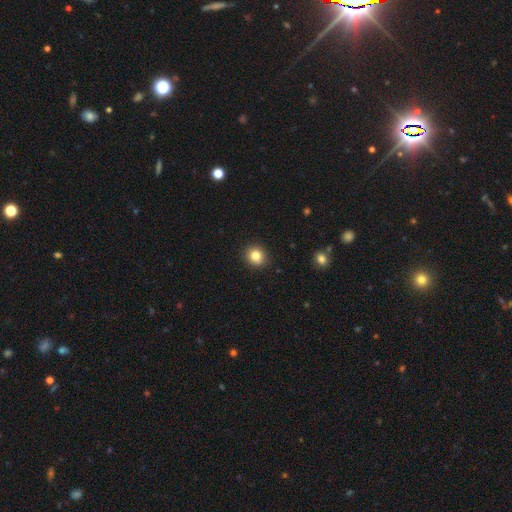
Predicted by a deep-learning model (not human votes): smooth-or-featured: smooth: 83% | star or artifact: 11% | featured or disk: 6%
  how-rounded: round: 82% | in between: 17% | cigar-shaped: 1%
  merging: none: 91% | minor disturbance: 7% | major disturbance: 2% | merger: 1%